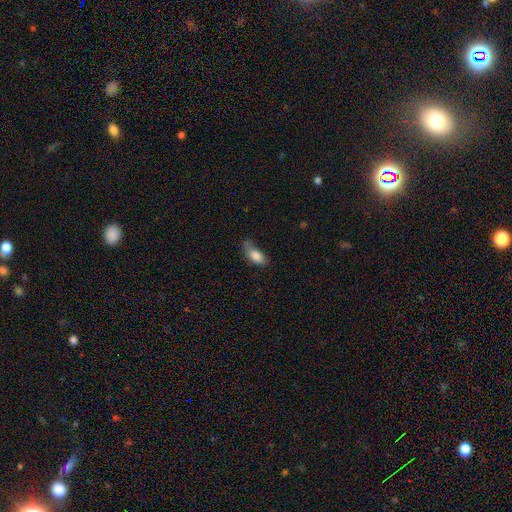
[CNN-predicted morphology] smooth 82%, featured or disk 10%, star or artifact 7%. Down the decision tree: how rounded — in between (86%); merging — none (40%).